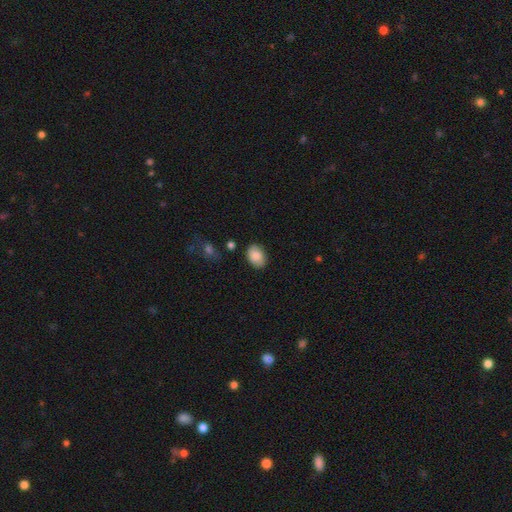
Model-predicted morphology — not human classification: Smooth or featured? smooth (85%)
How rounded? in between (82%)
Merging? none (81%)